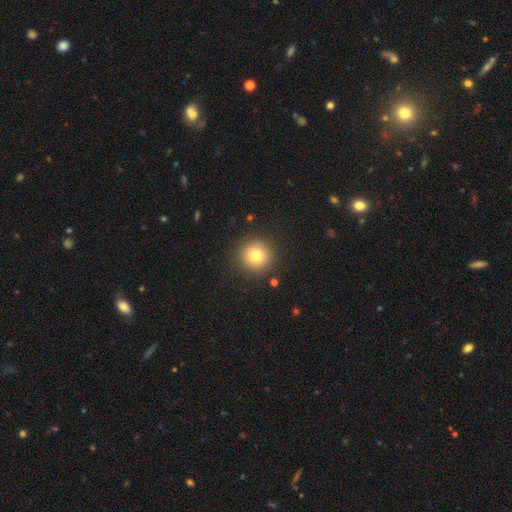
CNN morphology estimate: Q: Smooth or featured?
A: smooth (80%); runner-up: star or artifact (11%)
Q: How rounded?
A: round (94%); runner-up: in between (5%)
Q: Merging?
A: none (89%); runner-up: minor disturbance (7%)